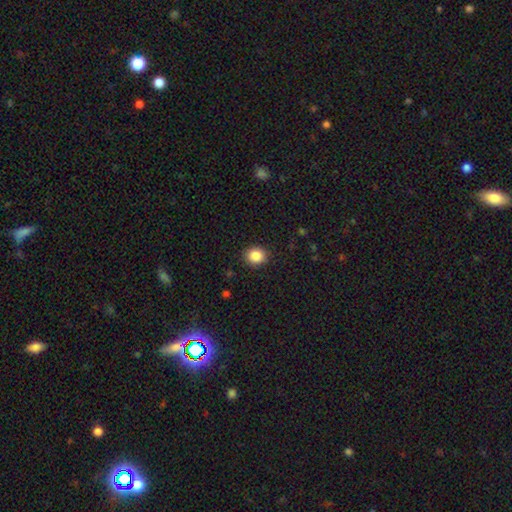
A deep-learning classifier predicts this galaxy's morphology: smooth-or-featured: smooth: 86% | star or artifact: 10% | featured or disk: 4%
  how-rounded: round: 75% | in between: 24% | cigar-shaped: 1%
  merging: none: 90% | minor disturbance: 7% | major disturbance: 2% | merger: 1%